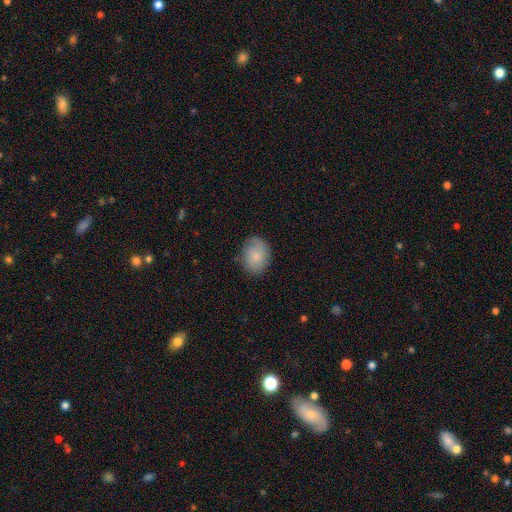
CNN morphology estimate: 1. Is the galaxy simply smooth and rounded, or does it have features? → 79% smooth, 14% featured or disk, 7% star or artifact.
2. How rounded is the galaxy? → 62% in between, 37% round, 1% cigar-shaped.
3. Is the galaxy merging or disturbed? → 79% none, 17% minor disturbance, 4% major disturbance, 1% merger.